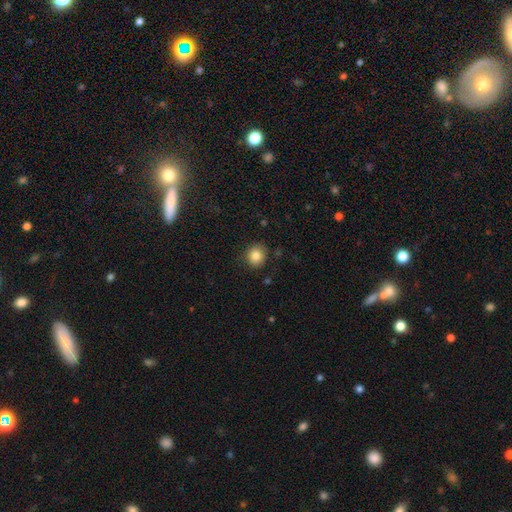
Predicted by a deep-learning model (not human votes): Smooth or featured? Predicted: smooth (p=0.85). How rounded? Predicted: round (p=0.82). Merging? Predicted: none (p=0.85).